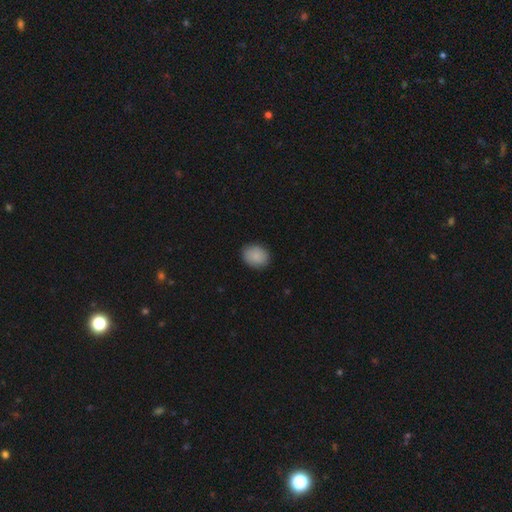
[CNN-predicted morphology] Smooth or featured?
  - smooth: 88% *
  - star or artifact: 7%
  - featured or disk: 5%
How rounded?
  - round: 50% *
  - in between: 49%
  - cigar-shaped: 1%
Merging?
  - none: 88% *
  - minor disturbance: 9%
  - major disturbance: 2%
  - merger: 1%